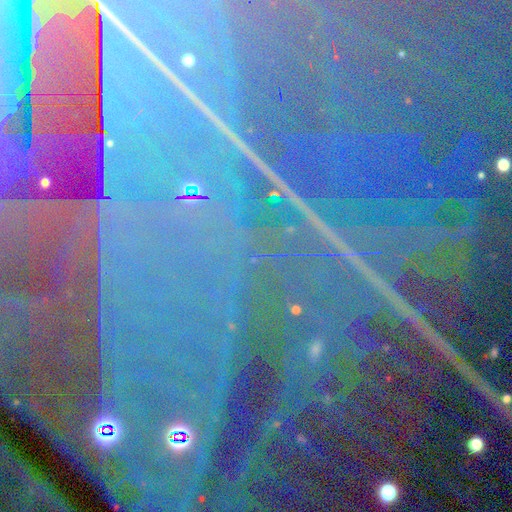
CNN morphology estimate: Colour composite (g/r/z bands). It shows a star or artifact, not a galaxy (89%).